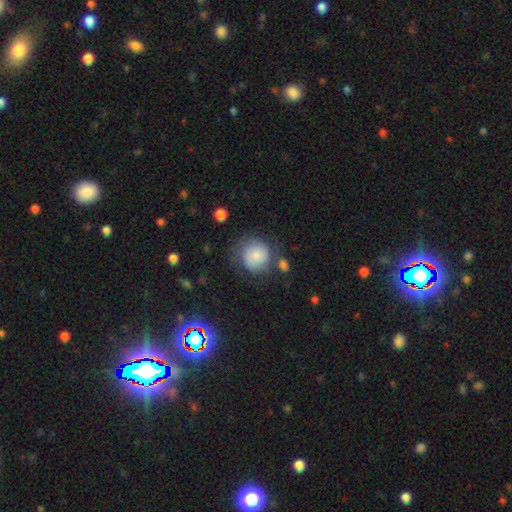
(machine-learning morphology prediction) Smooth or featured: smooth — 74% (featured or disk — 19%)
How rounded: round — 88% (in between — 12%)
Merging: none — 55% (minor disturbance — 23%)